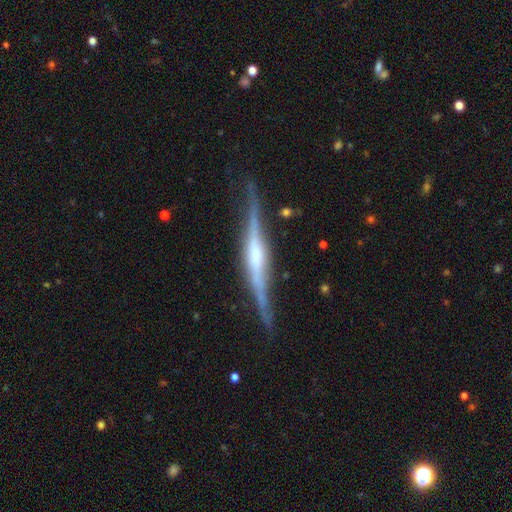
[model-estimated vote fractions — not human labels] Smooth or featured?
  - featured or disk: 84% *
  - smooth: 11%
  - star or artifact: 5%
Edge-on disk?
  - yes: 97% *
  - no: 3%
Edge-on bulge?
  - rounded: 51% *
  - boxy: 33%
  - none: 16%
Merging?
  - none: 79% *
  - minor disturbance: 16%
  - major disturbance: 4%
  - merger: 2%